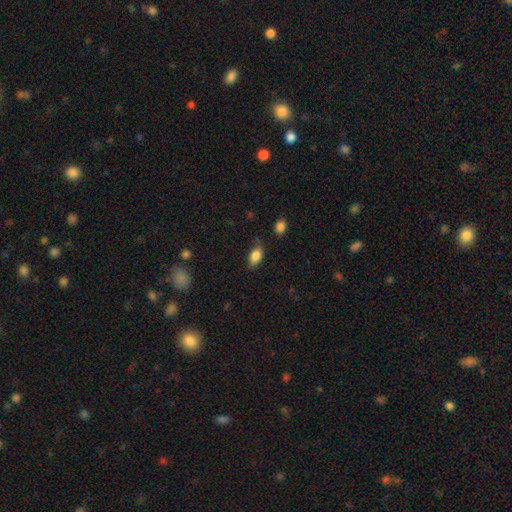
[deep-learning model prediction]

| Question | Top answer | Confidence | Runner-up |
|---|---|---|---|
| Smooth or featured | smooth | 83% | featured or disk (9%) |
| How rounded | in between | 88% | round (6%) |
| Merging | none | 69% | minor disturbance (24%) |